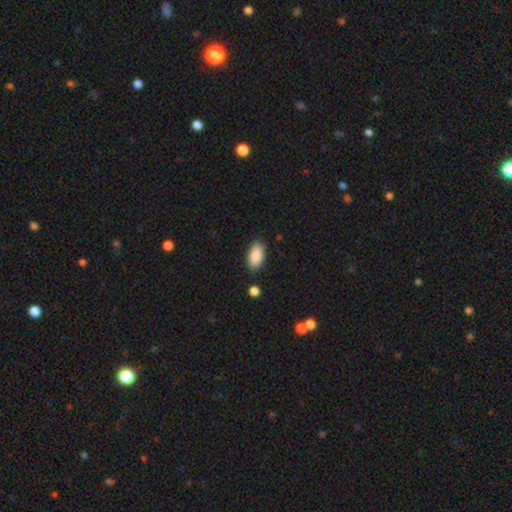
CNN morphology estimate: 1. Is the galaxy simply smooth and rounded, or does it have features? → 87% smooth, 7% featured or disk, 6% star or artifact.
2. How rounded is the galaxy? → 93% in between, 5% cigar-shaped, 2% round.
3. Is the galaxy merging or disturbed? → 86% none, 9% minor disturbance, 2% merger, 2% major disturbance.